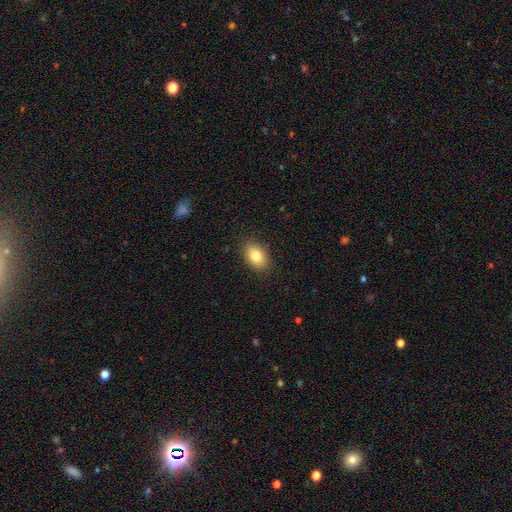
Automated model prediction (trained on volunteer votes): smooth_or_featured: smooth (p=0.82) [alt: featured or disk p=0.10]
how_rounded: in between (p=0.83) [alt: round p=0.15]
merging: none (p=0.88) [alt: minor disturbance p=0.09]